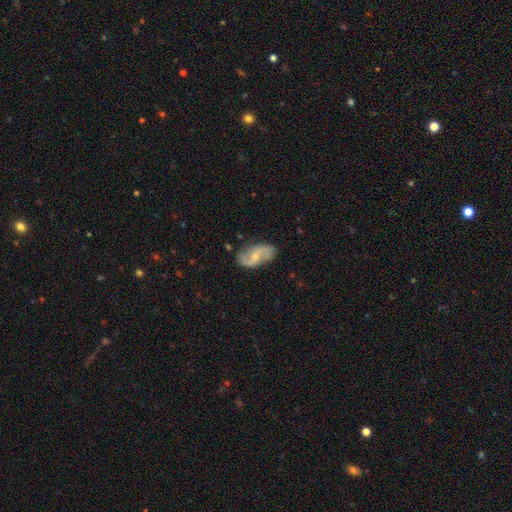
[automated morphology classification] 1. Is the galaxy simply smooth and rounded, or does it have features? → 78% featured or disk, 16% smooth, 6% star or artifact.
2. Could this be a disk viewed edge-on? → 96% no, 4% yes.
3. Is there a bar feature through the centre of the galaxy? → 45% no, 44% weak, 11% strong.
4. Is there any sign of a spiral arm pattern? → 94% yes, 6% no.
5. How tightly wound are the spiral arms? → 49% loose, 38% medium, 12% tight.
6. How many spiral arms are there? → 91% 2, 4% can't tell, 2% 1, 1% 3, 1% 4, 1% more than 4.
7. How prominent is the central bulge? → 54% small, 36% moderate, 7% none, 2% large, 1% dominant.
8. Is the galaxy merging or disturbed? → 77% none, 17% minor disturbance, 4% major disturbance, 2% merger.